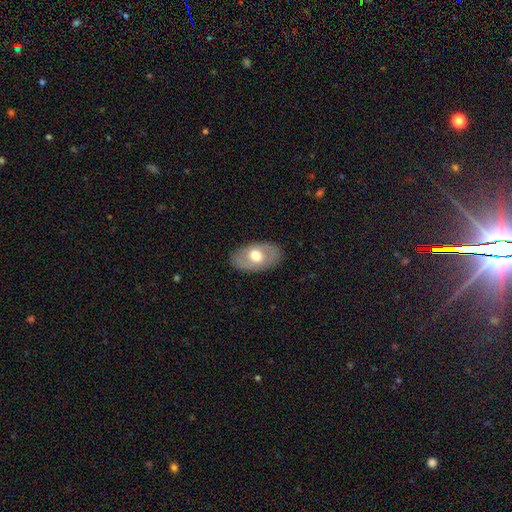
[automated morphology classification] A smooth galaxy with no disk features (53%) that is in between round and cigar-shaped (90%).

Vote fractions:
- Smooth or featured? smooth: 53% / featured or disk: 41% / star or artifact: 6%
- How rounded? in between: 90% / round: 8% / cigar-shaped: 2%
- Merging? none: 84% / minor disturbance: 12% / major disturbance: 3% / merger: 1%